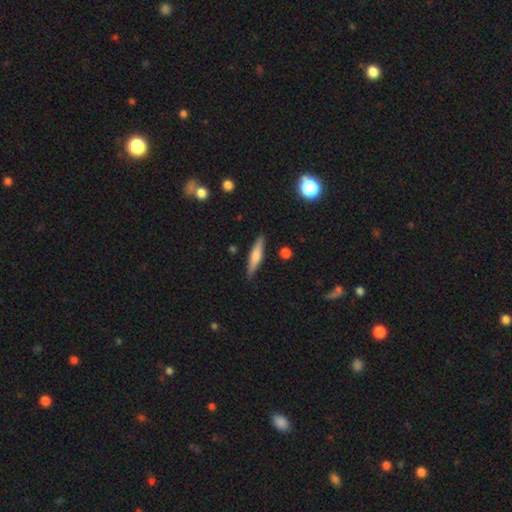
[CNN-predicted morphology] Overall: smooth (55%; featured or disk 39%). How rounded: cigar-shaped (83%). Merging: none (88%).